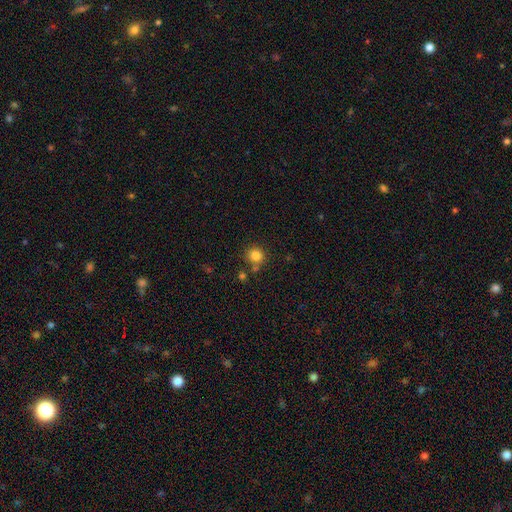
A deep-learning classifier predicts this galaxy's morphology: This is clearly a smooth galaxy (82%). How rounded: clearly round (90%). Merging: likely none (76%).